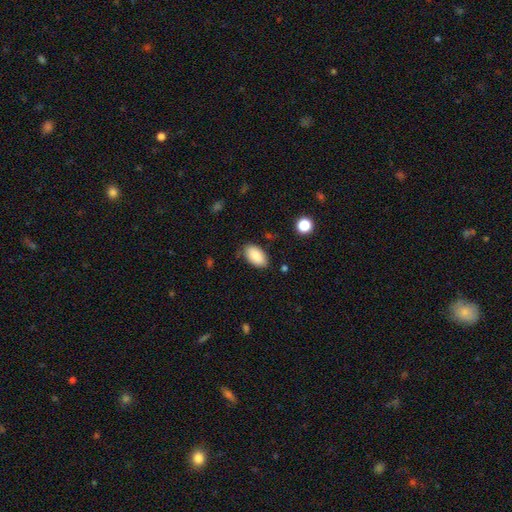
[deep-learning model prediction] Smooth or featured? smooth (87%)
How rounded? in between (95%)
Merging? none (82%)